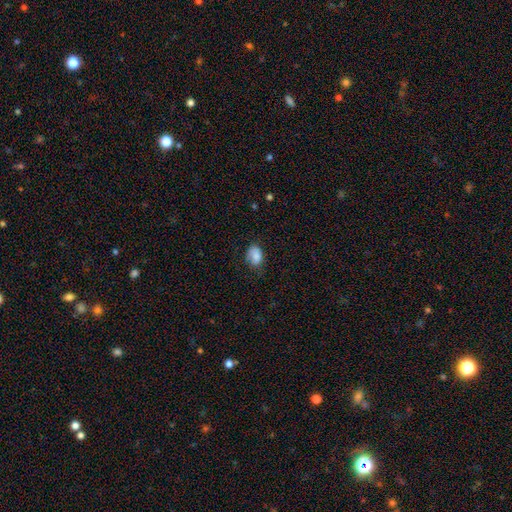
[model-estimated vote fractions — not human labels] Morphology: type=smooth (84%); roundness=in between (83%); merging=none (60%).